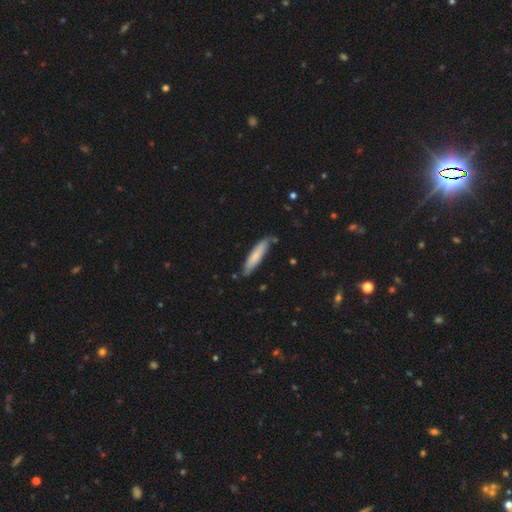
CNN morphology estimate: Smooth or featured: smooth — 75% (featured or disk — 19%)
How rounded: cigar-shaped — 83% (in between — 15%)
Merging: none — 76% (minor disturbance — 19%)